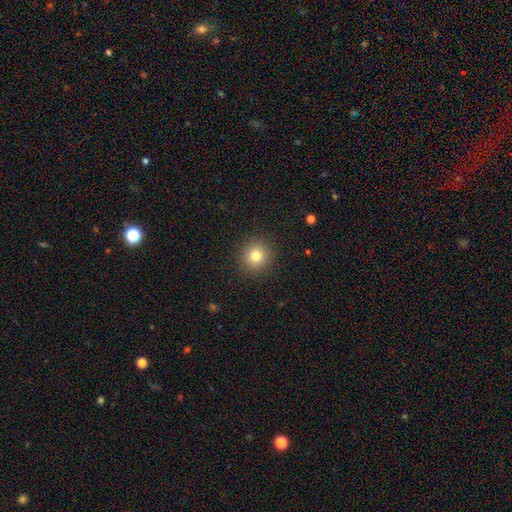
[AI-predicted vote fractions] Smooth or featured: smooth — 80% (star or artifact — 12%)
How rounded: round — 92% (in between — 7%)
Merging: none — 91% (minor disturbance — 6%)